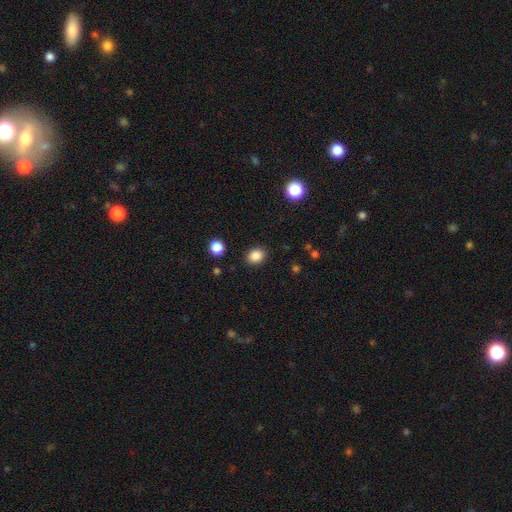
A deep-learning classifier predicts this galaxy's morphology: This is clearly a smooth galaxy (86%). How rounded: possibly round (50%). Merging: clearly none (88%).